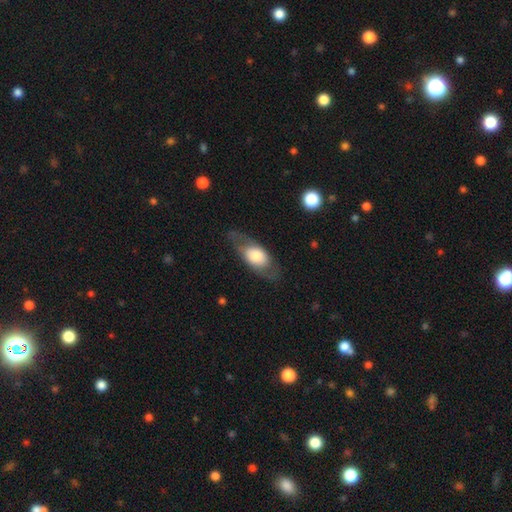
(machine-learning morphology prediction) smooth_or_featured: smooth (p=0.52) [alt: featured or disk p=0.42]
how_rounded: in between (p=0.77) [alt: round p=0.14]
merging: none (p=0.71) [alt: minor disturbance p=0.17]